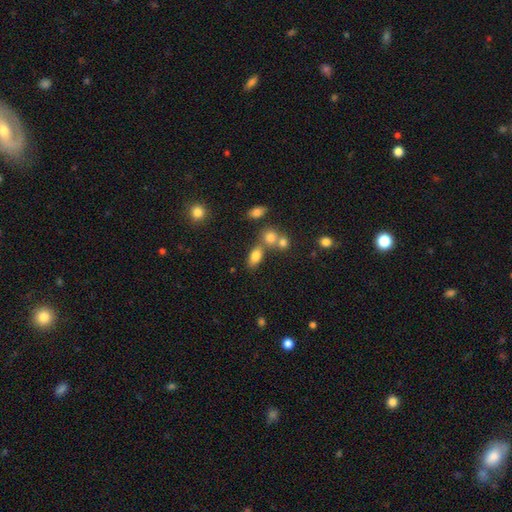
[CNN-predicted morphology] Overall: smooth (79%). How rounded: in between (84%). Merging: none (56%; merger 26%).